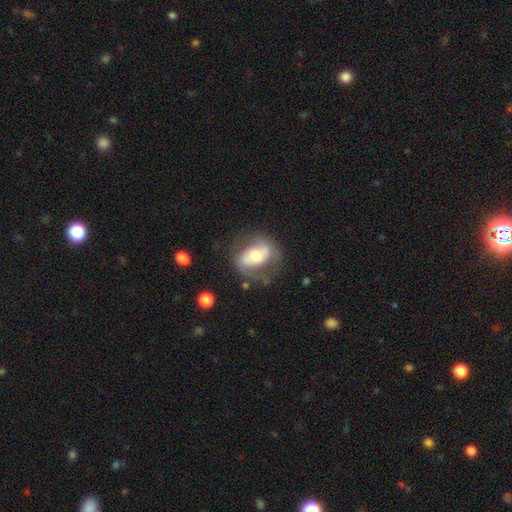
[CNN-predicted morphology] This is possibly a featured or disk galaxy (58%). It is clearly not viewed edge-on (94%). Bar: marginally no (43%). Spiral arm pattern: possibly yes (55%). Central bulge: likely moderate (66%). Merging: likely none (63%).